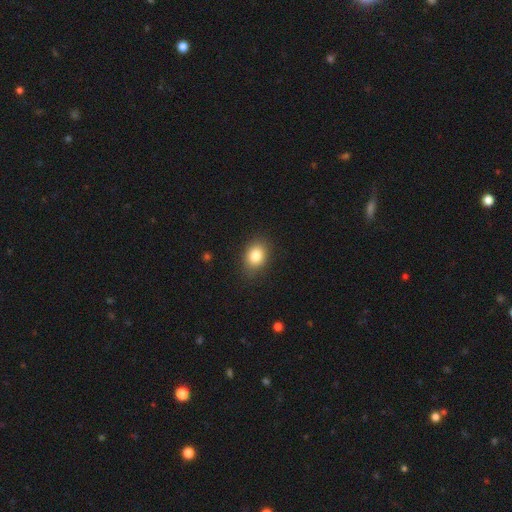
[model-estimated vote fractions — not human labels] smooth-or-featured: smooth: 84% | star or artifact: 9% | featured or disk: 7%
  how-rounded: in between: 63% | round: 36% | cigar-shaped: 1%
  merging: none: 84% | minor disturbance: 12% | major disturbance: 3% | merger: 1%